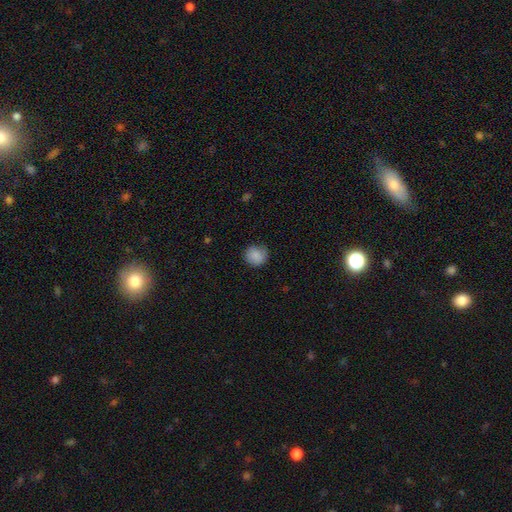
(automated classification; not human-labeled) A smooth galaxy with no disk features (86%) that is round (88%). Merging: none (77%).